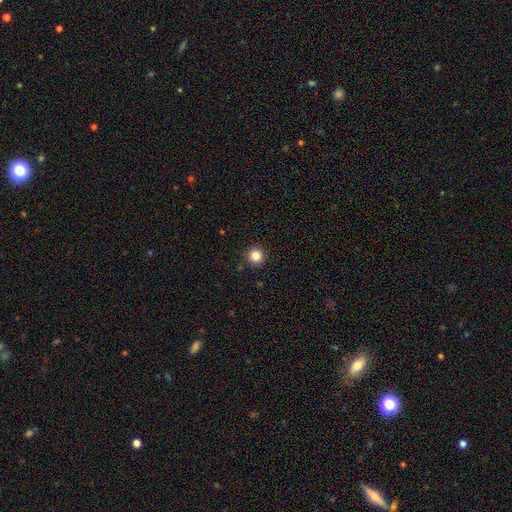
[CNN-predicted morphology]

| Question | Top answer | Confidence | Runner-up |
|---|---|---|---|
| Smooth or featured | smooth | 86% | star or artifact (11%) |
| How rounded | round | 96% | in between (3%) |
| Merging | none | 91% | minor disturbance (5%) |